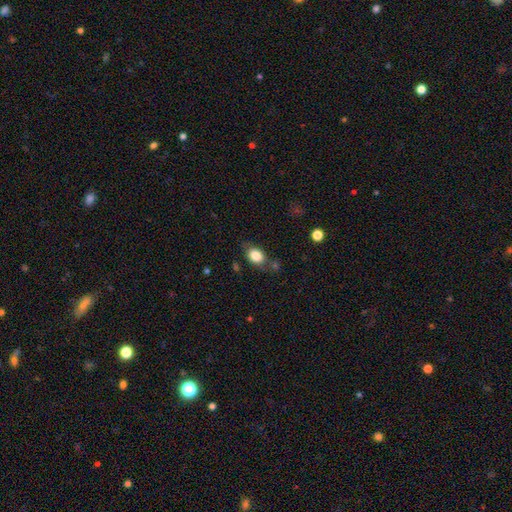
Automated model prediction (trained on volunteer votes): Q: Smooth or featured?
A: smooth (83%); runner-up: featured or disk (9%)
Q: How rounded?
A: in between (71%); runner-up: round (28%)
Q: Merging?
A: none (66%); runner-up: minor disturbance (21%)